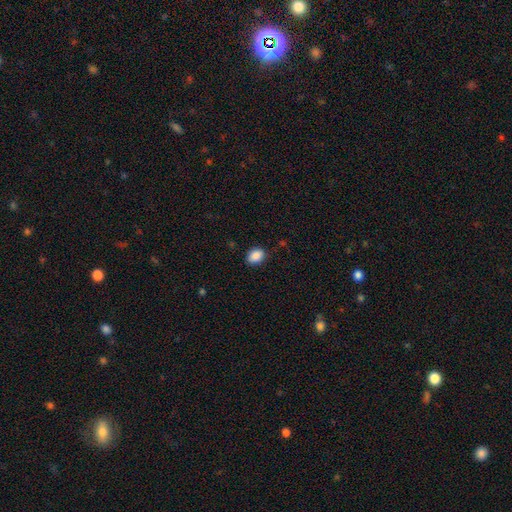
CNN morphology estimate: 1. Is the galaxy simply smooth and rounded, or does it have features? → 89% smooth, 8% star or artifact, 3% featured or disk.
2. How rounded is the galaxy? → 66% in between, 33% round, 1% cigar-shaped.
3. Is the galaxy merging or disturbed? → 86% none, 11% minor disturbance, 2% major disturbance, 1% merger.